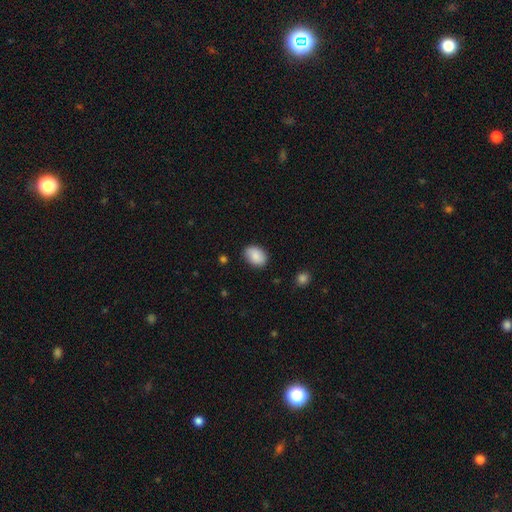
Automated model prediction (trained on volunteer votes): Smooth or featured? smooth (88%)
How rounded? in between (79%)
Merging? none (82%)